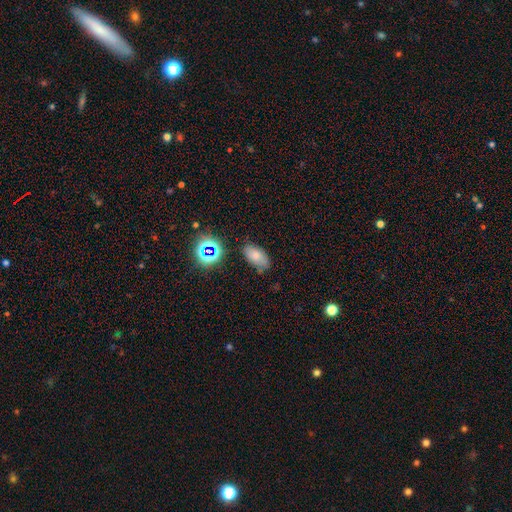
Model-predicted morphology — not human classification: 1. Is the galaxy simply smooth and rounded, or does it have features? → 69% smooth, 17% star or artifact, 14% featured or disk.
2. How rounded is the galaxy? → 91% in between, 6% round, 3% cigar-shaped.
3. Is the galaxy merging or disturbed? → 71% none, 20% minor disturbance, 5% major disturbance, 4% merger.